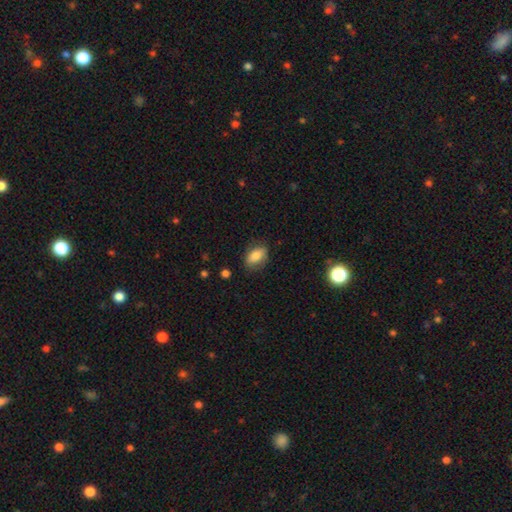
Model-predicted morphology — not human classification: This is likely a smooth galaxy (79%). How rounded: clearly in between (86%). Merging: likely none (78%).